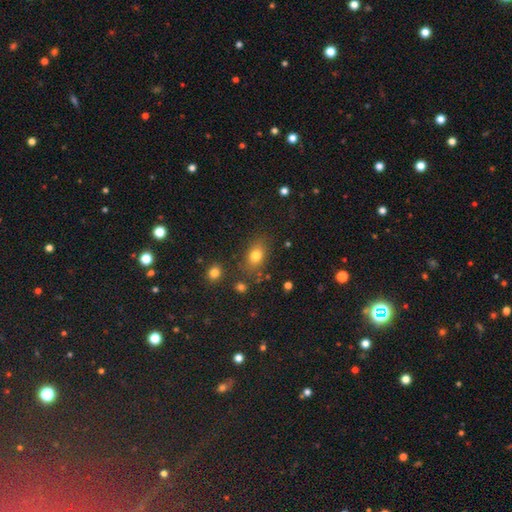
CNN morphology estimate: A smooth galaxy with no disk features (79%) that is in between round and cigar-shaped (71%).

Vote fractions:
- Smooth or featured? smooth: 79% / star or artifact: 12% / featured or disk: 9%
- How rounded? in between: 71% / round: 27% / cigar-shaped: 2%
- Merging? none: 77% / minor disturbance: 13% / merger: 5% / major disturbance: 5%